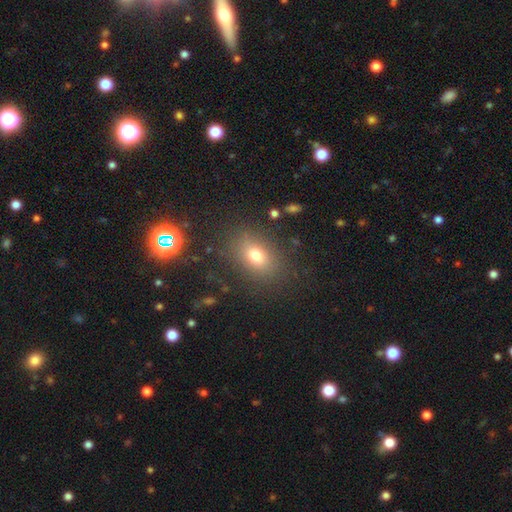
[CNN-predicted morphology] Smooth or featured?
  - smooth: 72% *
  - star or artifact: 15%
  - featured or disk: 13%
How rounded?
  - in between: 69% *
  - round: 29%
  - cigar-shaped: 2%
Merging?
  - none: 83% *
  - minor disturbance: 10%
  - major disturbance: 5%
  - merger: 2%